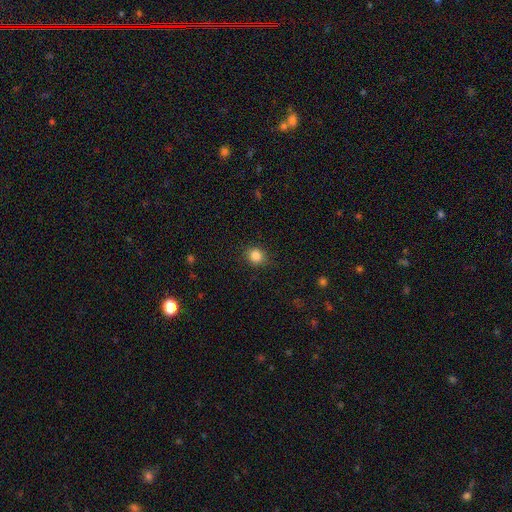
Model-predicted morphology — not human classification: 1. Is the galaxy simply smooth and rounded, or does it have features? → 85% smooth, 11% star or artifact, 4% featured or disk.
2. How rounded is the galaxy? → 75% round, 24% in between, 1% cigar-shaped.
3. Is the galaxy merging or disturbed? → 88% none, 9% minor disturbance, 3% major disturbance, 1% merger.